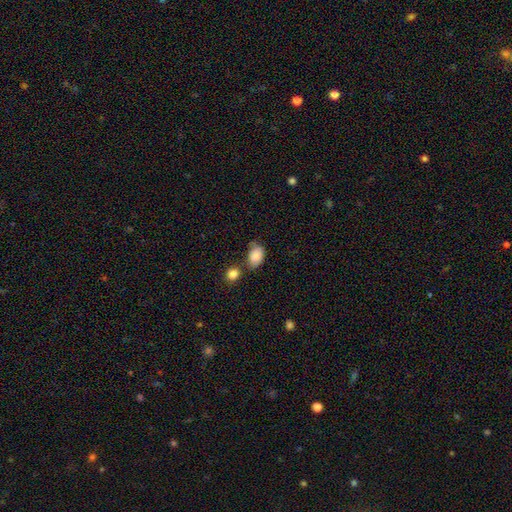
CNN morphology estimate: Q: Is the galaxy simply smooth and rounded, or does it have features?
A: smooth — 85%.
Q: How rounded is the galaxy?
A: in between — 84%.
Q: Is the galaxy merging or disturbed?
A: none — 50%.